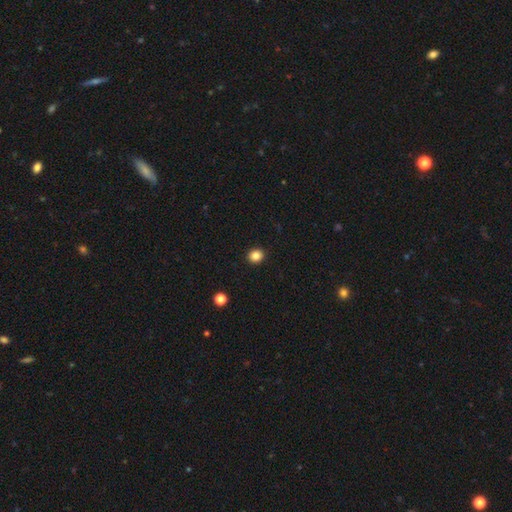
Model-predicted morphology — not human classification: smooth 85%, star or artifact 11%, featured or disk 4%. Down the decision tree: how rounded — round (80%); merging — none (92%).